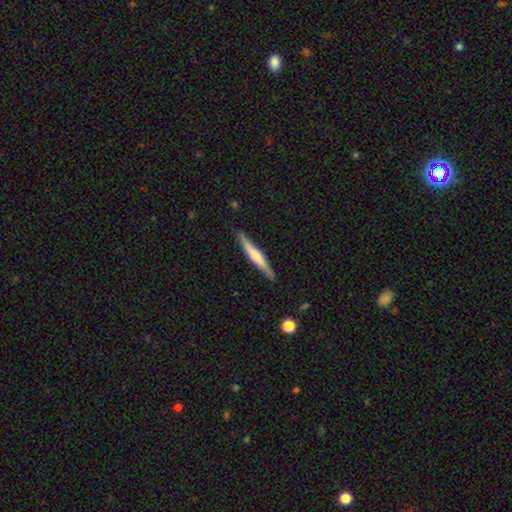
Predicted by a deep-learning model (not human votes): smooth_or_featured: smooth (p=0.48) [alt: featured or disk p=0.47]
merging: none (p=0.88) [alt: minor disturbance p=0.09]